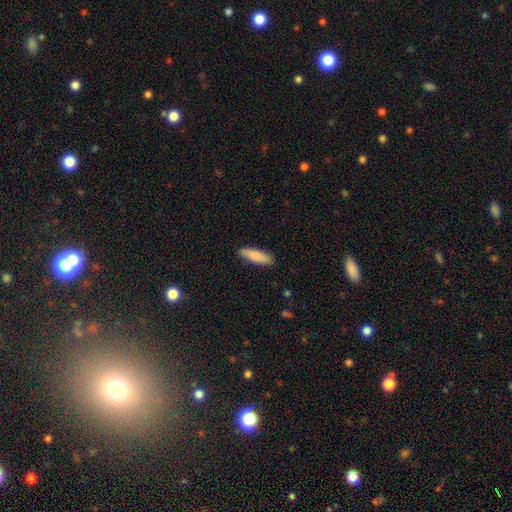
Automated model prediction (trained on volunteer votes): smooth_or_featured: smooth (p=0.86) [alt: featured or disk p=0.09]
how_rounded: cigar-shaped (p=0.56) [alt: in between p=0.42]
merging: none (p=0.87) [alt: minor disturbance p=0.10]